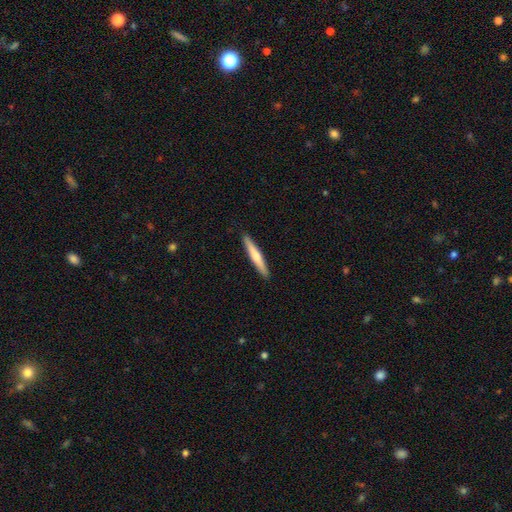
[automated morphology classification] A smooth galaxy with no disk features (60%) that is cigar-shaped (95%). Merging: none (91%).